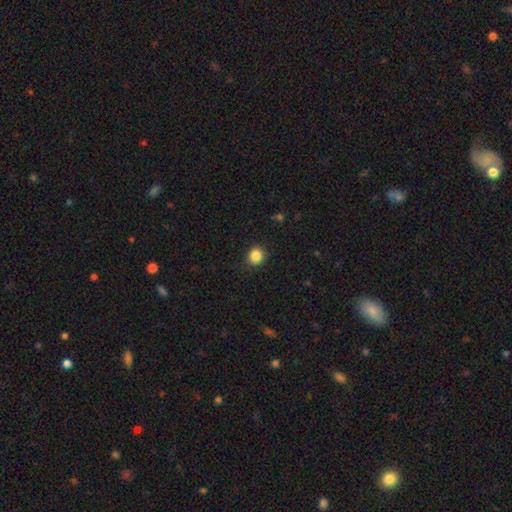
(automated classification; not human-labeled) Smooth or featured? Predicted: smooth (p=0.86). How rounded? Predicted: round (p=0.88). Merging? Predicted: none (p=0.90).